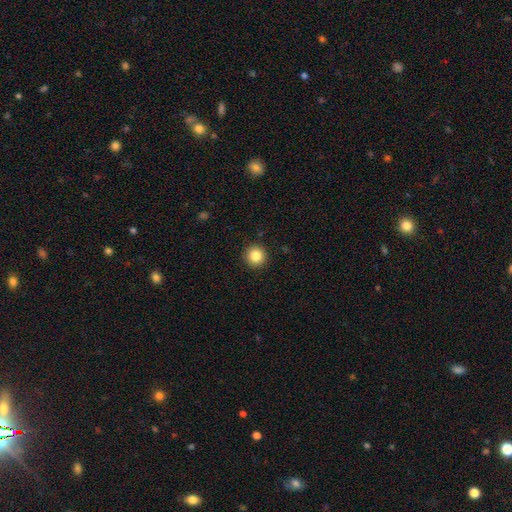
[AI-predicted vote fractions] This is clearly a smooth galaxy (84%). How rounded: clearly round (95%). Merging: clearly none (93%).